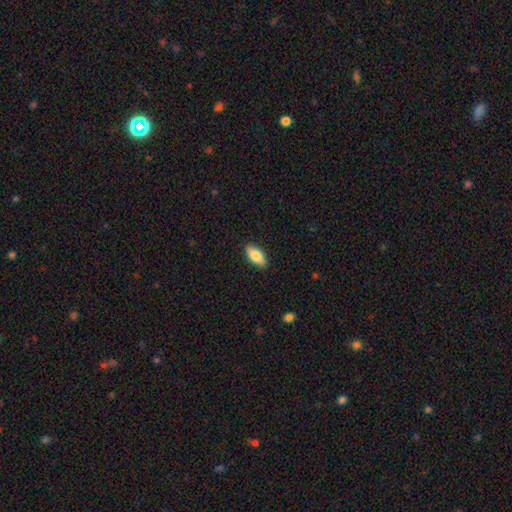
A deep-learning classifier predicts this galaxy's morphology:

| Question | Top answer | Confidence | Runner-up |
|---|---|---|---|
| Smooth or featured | smooth | 81% | featured or disk (13%) |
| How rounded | in between | 88% | cigar-shaped (10%) |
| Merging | none | 88% | minor disturbance (9%) |